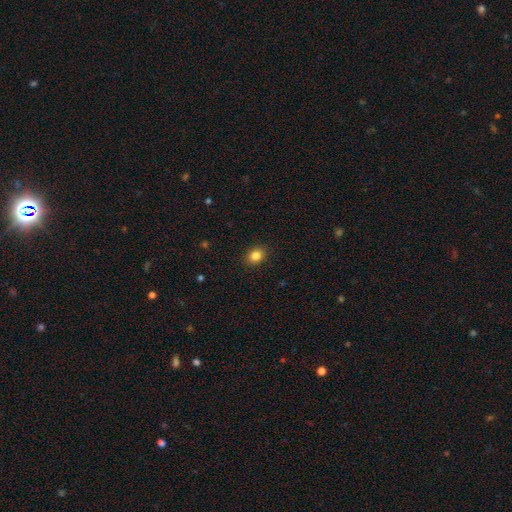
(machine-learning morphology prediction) type=smooth (84%); roundness=round (51%); merging=none (90%).